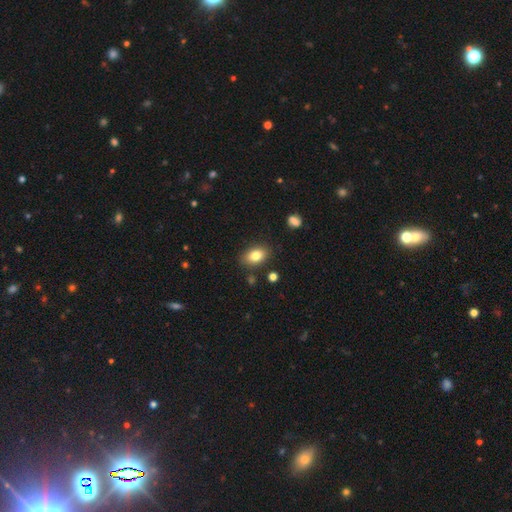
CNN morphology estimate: The model was most divided on "smooth or featured": smooth: 81%, featured or disk: 10%, star or artifact: 9%. More confident: how rounded — in between (85%); merging — none (84%).